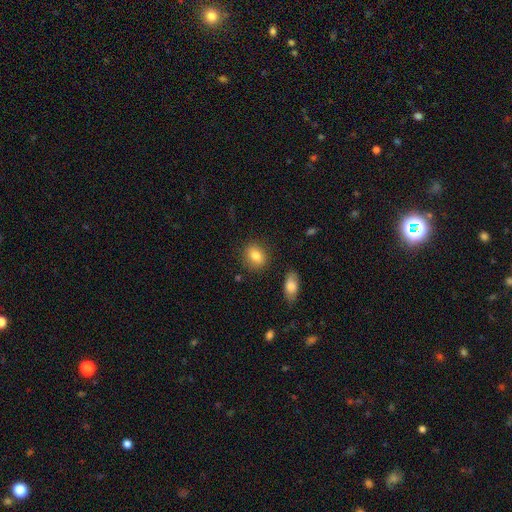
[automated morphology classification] This is clearly a smooth galaxy (81%). How rounded: possibly in between (55%). Merging: clearly none (85%).